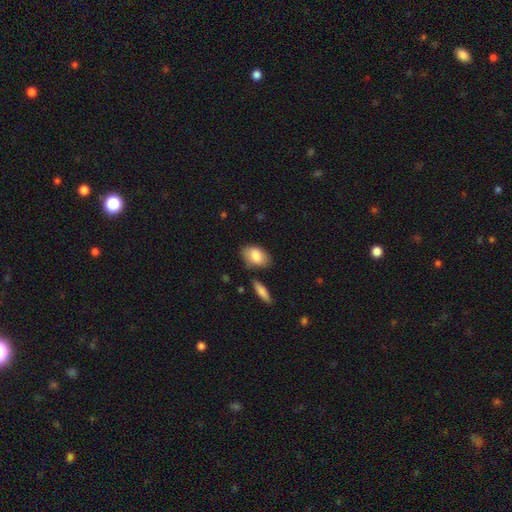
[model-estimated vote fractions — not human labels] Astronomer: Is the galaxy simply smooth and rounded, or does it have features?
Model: smooth — 83%.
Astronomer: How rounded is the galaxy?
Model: in between — 90%.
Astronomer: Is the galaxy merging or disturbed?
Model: none — 72%.